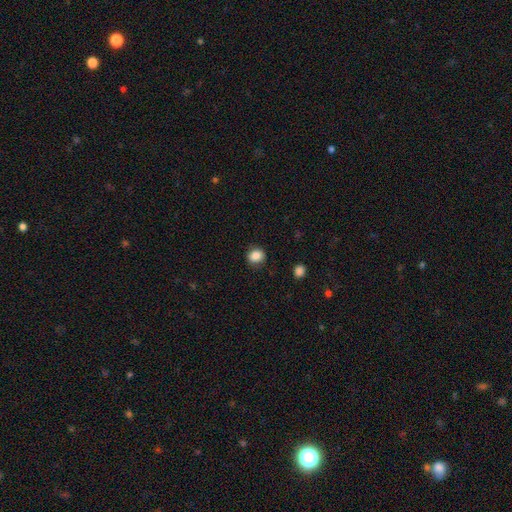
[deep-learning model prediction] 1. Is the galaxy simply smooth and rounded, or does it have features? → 87% smooth, 9% star or artifact, 4% featured or disk.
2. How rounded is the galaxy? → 70% round, 29% in between, 1% cigar-shaped.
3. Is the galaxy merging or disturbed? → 86% none, 10% minor disturbance, 3% major disturbance, 1% merger.